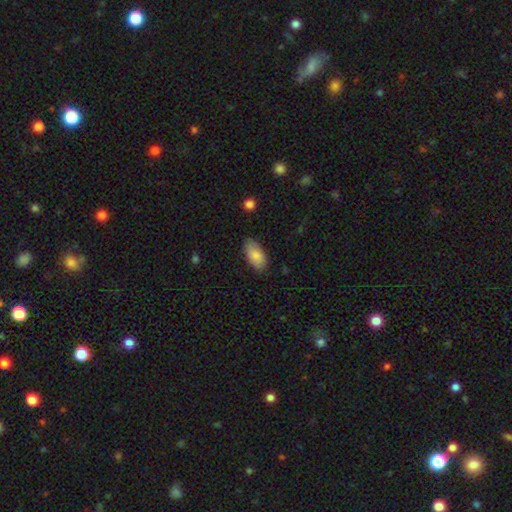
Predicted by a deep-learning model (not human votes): smooth 84%, featured or disk 9%, star or artifact 6%. Down the decision tree: how rounded — in between (93%); merging — none (81%).